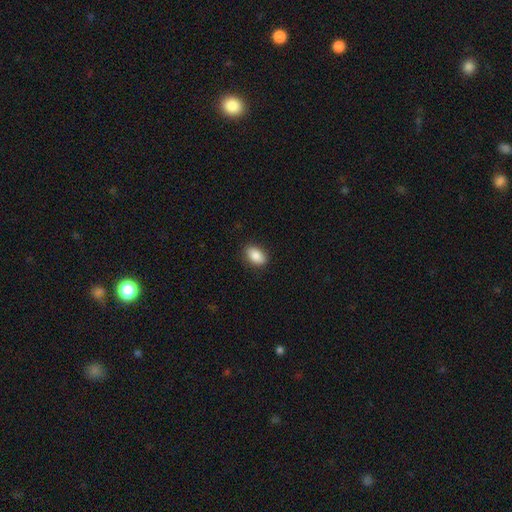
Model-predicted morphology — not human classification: This is clearly a smooth galaxy (86%). How rounded: clearly in between (88%). Merging: clearly none (87%).